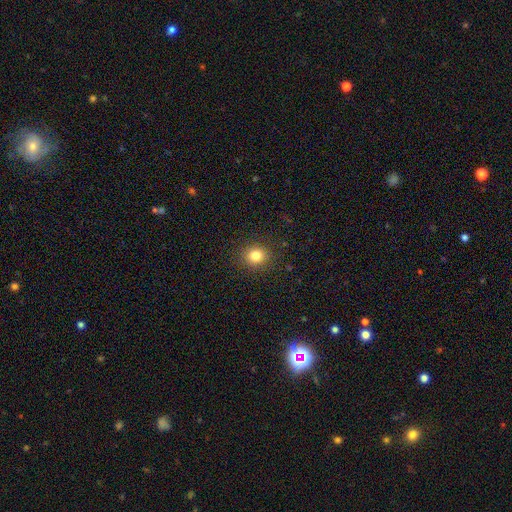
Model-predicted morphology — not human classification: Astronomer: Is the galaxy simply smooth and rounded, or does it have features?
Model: smooth — 82%.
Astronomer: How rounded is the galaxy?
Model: round — 79%.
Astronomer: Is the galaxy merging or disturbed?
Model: none — 90%.